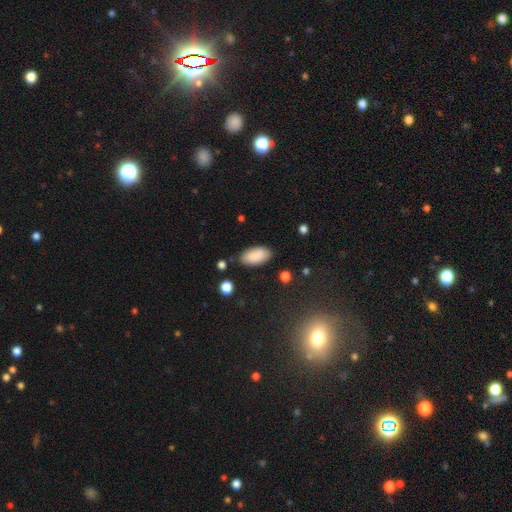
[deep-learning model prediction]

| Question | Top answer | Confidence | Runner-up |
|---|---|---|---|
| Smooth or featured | smooth | 88% | star or artifact (7%) |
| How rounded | in between | 94% | cigar-shaped (4%) |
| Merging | none | 83% | minor disturbance (12%) |